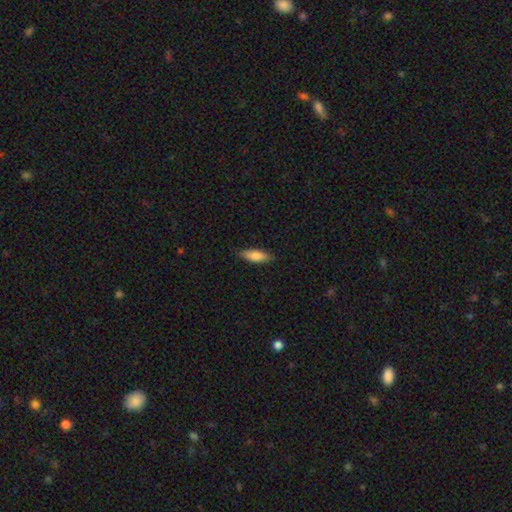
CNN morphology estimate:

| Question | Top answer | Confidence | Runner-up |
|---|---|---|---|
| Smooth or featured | smooth | 80% | featured or disk (14%) |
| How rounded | in between | 61% | cigar-shaped (37%) |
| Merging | none | 86% | minor disturbance (11%) |